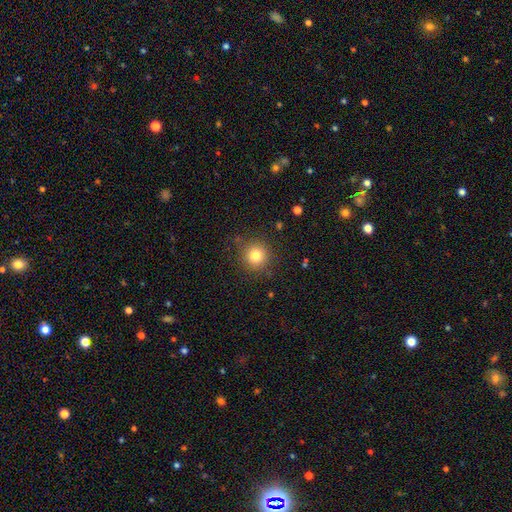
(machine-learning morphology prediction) smooth-or-featured: smooth: 81% | star or artifact: 12% | featured or disk: 7%
  how-rounded: round: 93% | in between: 6% | cigar-shaped: 1%
  merging: none: 85% | minor disturbance: 10% | major disturbance: 3% | merger: 2%